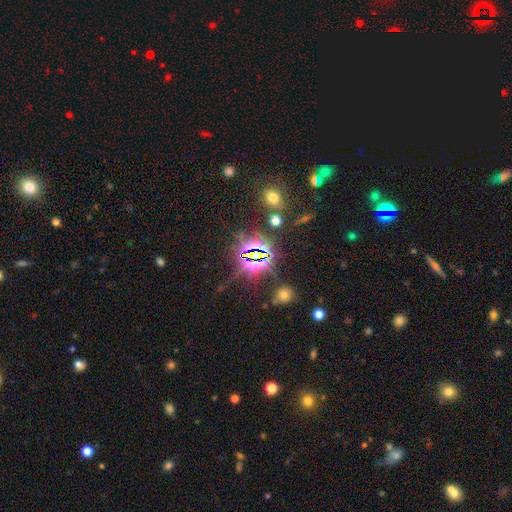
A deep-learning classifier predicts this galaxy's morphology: The model was most divided on "smooth or featured": star or artifact: 78%, smooth: 13%, featured or disk: 9%.